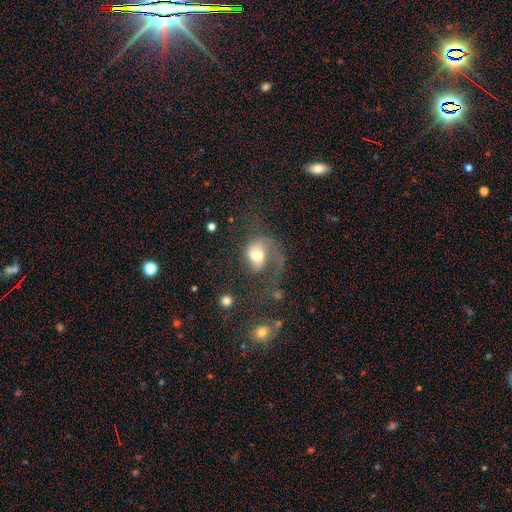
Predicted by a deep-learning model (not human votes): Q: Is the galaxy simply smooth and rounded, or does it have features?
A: featured or disk — 58%.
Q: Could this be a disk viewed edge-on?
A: no — 97%.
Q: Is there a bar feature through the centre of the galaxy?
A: no — 57%.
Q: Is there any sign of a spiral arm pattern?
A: yes — 80%.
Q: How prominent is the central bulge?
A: moderate — 56%.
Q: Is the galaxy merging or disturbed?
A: major disturbance — 47%.